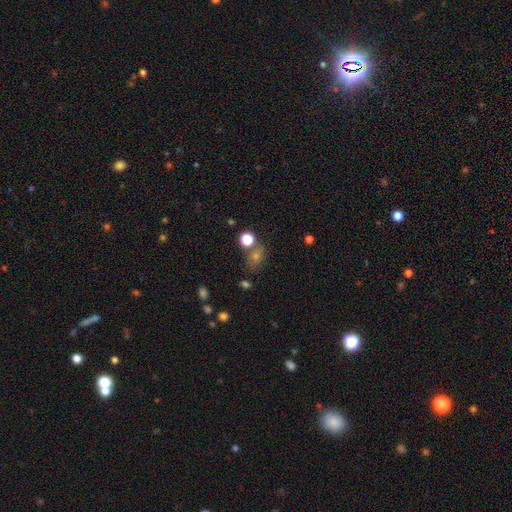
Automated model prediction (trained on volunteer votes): smooth_or_featured: smooth (p=0.51) [alt: star or artifact p=0.34]
how_rounded: round (p=0.49) [alt: in between p=0.48]
merging: none (p=0.67) [alt: minor disturbance p=0.14]